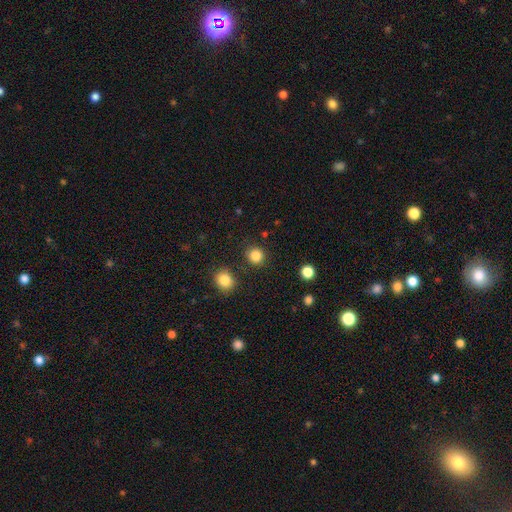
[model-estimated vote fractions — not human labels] This is clearly a smooth galaxy (85%). How rounded: clearly round (89%). Merging: clearly none (88%).